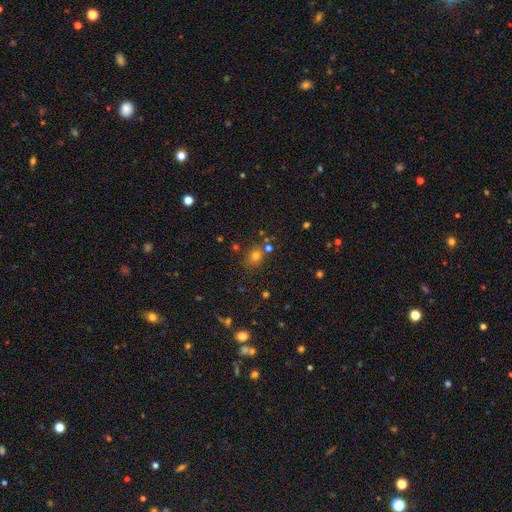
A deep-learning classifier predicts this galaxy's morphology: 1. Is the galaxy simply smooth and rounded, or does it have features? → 70% smooth, 22% star or artifact, 8% featured or disk.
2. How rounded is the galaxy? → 68% round, 31% in between, 1% cigar-shaped.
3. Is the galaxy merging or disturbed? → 70% none, 14% merger, 12% minor disturbance, 4% major disturbance.